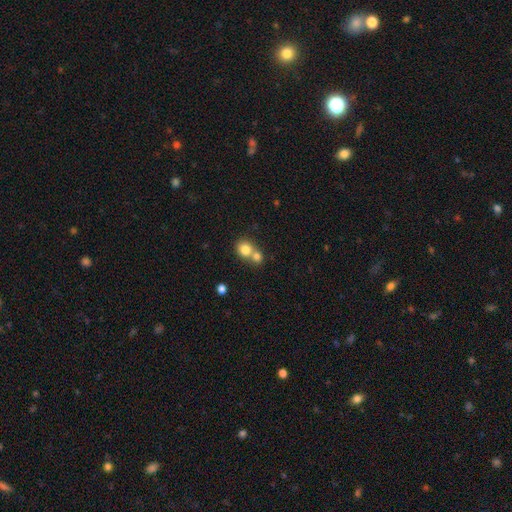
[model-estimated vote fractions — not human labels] This appears to be a smooth galaxy with no disk features (58%) that is round (61%). Merging: none (51%).